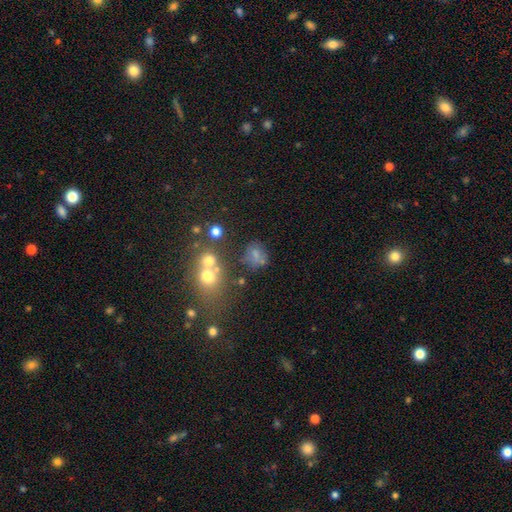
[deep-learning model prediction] smooth-or-featured: smooth: 67% | star or artifact: 17% | featured or disk: 15%
  how-rounded: round: 61% | in between: 37% | cigar-shaped: 2%
  merging: none: 54% | merger: 19% | minor disturbance: 17% | major disturbance: 10%